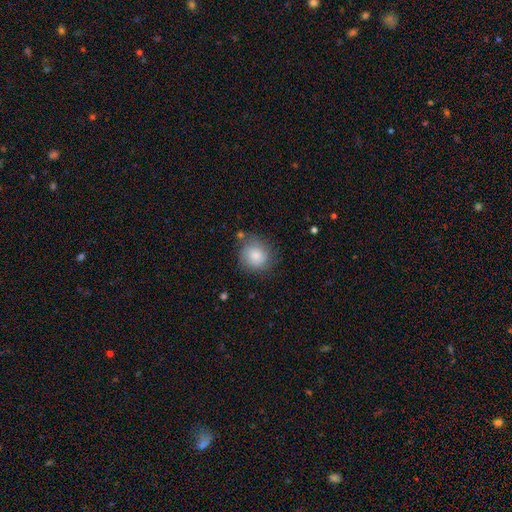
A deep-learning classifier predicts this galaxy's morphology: smooth_or_featured: smooth (p=0.80) [alt: featured or disk p=0.13]
how_rounded: round (p=0.88) [alt: in between p=0.11]
merging: none (p=0.71) [alt: minor disturbance p=0.19]